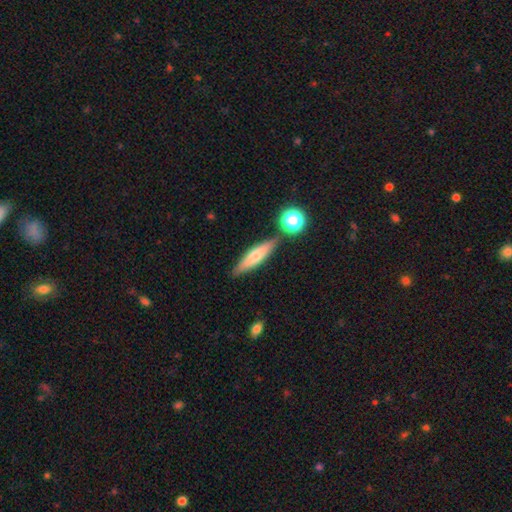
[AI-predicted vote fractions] The model was most divided on "smooth or featured": smooth: 58%, featured or disk: 35%, star or artifact: 8%. More confident: merging — none (79%); how rounded — cigar-shaped (76%).